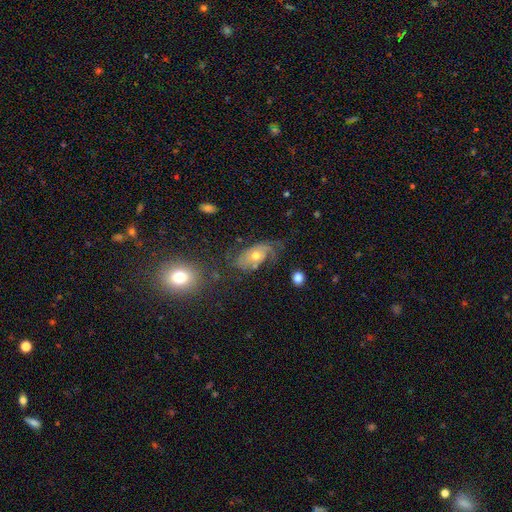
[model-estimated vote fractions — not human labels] Smooth or featured?
  - featured or disk: 64% *
  - smooth: 26%
  - star or artifact: 9%
Edge-on disk?
  - no: 93% *
  - yes: 7%
Bar?
  - no: 80% *
  - weak: 17%
  - strong: 4%
Spiral arms?
  - yes: 80% *
  - no: 20%
Bulge size?
  - moderate: 65% *
  - small: 29%
  - large: 4%
  - none: 1%
  - dominant: 1%
Merging?
  - none: 45% *
  - minor disturbance: 26%
  - major disturbance: 25%
  - merger: 4%